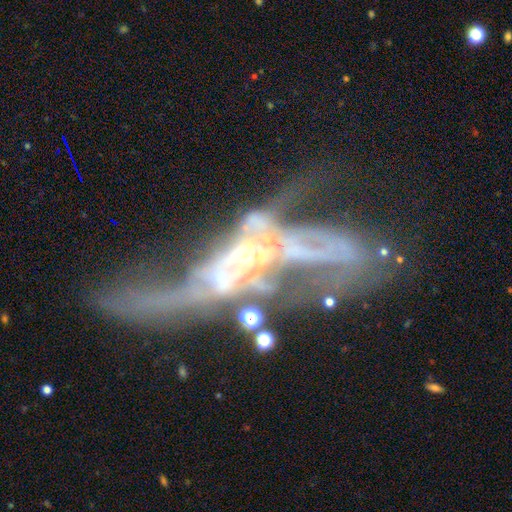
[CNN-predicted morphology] A featured or disk galaxy (71%) with no bar (69%), no spiral arms (58%) and a moderate central bulge (33%).

Vote fractions:
- Smooth or featured? featured or disk: 71% / star or artifact: 17% / smooth: 13%
- Edge-on disk? no: 86% / yes: 14%
- Bar? no: 69% / weak: 18% / strong: 13%
- Spiral arms? no: 58% / yes: 42%
- Bulge size? moderate: 33% / small: 31% / none: 26% / large: 7% / dominant: 3%
- Merging? merger: 46% / major disturbance: 37% / none: 10% / minor disturbance: 7%